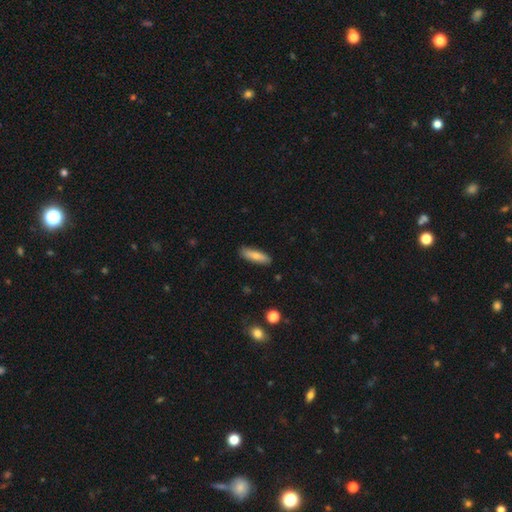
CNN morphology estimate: smooth-or-featured: smooth: 76% | featured or disk: 18% | star or artifact: 6%
  how-rounded: cigar-shaped: 63% | in between: 35% | round: 2%
  merging: none: 87% | minor disturbance: 10% | major disturbance: 2% | merger: 1%